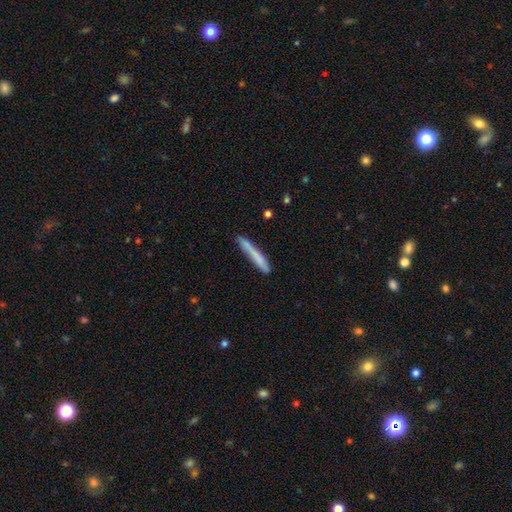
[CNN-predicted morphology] Q: Smooth or featured?
A: smooth (71%); runner-up: featured or disk (23%)
Q: How rounded?
A: cigar-shaped (96%); runner-up: in between (3%)
Q: Merging?
A: none (78%); runner-up: minor disturbance (16%)